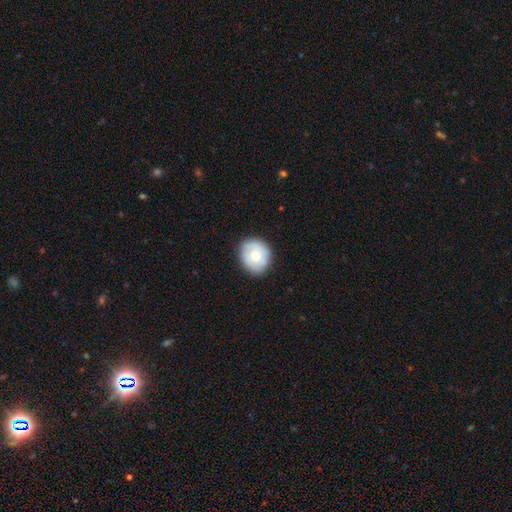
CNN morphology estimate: This is likely a smooth galaxy (61%). How rounded: likely round (73%). Merging: clearly none (81%).